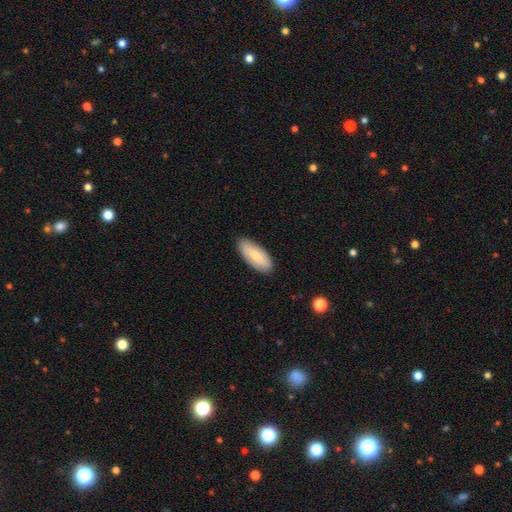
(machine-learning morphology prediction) A smooth galaxy with no disk features (67%) that is in between round and cigar-shaped (84%).

Vote fractions:
- Smooth or featured? smooth: 67% / featured or disk: 27% / star or artifact: 5%
- How rounded? in between: 84% / cigar-shaped: 14% / round: 2%
- Merging? none: 87% / minor disturbance: 10% / major disturbance: 2% / merger: 1%